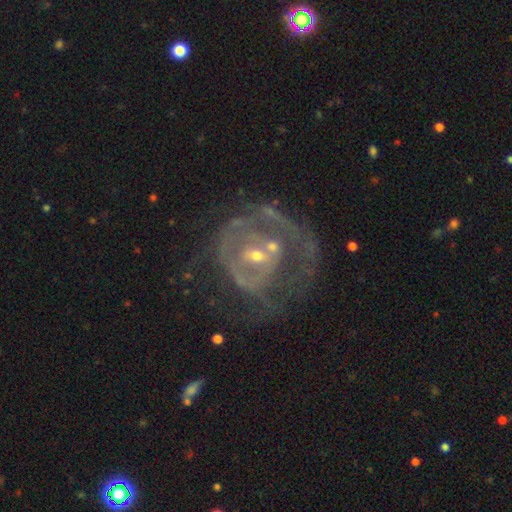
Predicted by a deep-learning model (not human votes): smooth_or_featured: featured or disk (p=0.77) [alt: smooth p=0.14]
disk_edge_on: no (p=0.97) [alt: yes p=0.03]
bar: no (p=0.59) [alt: weak p=0.31]
has_spiral_arms: yes (p=0.55) [alt: no p=0.45]
bulge_size: small (p=0.52) [alt: moderate p=0.40]
merging: major disturbance (p=0.35) [alt: none p=0.33]